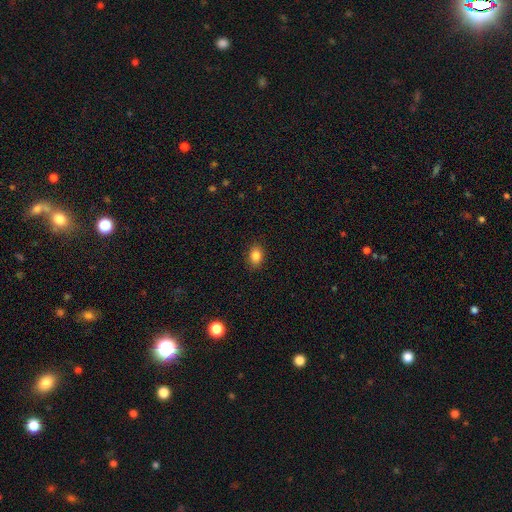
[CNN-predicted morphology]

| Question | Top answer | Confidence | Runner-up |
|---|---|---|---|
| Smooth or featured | smooth | 85% | star or artifact (10%) |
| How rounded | in between | 70% | round (29%) |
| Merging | none | 88% | minor disturbance (9%) |